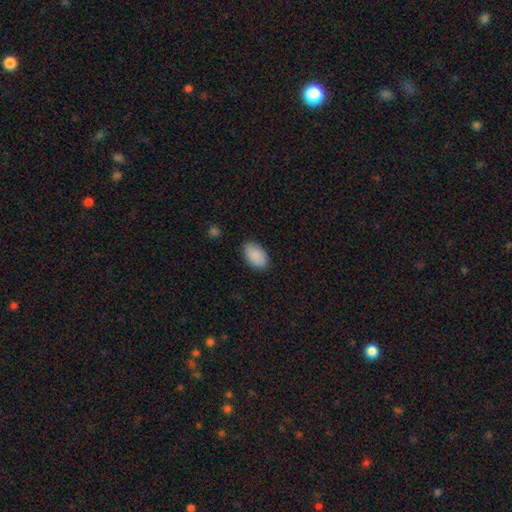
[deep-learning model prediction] This is clearly a smooth galaxy (90%). How rounded: clearly in between (94%). Merging: clearly none (85%).